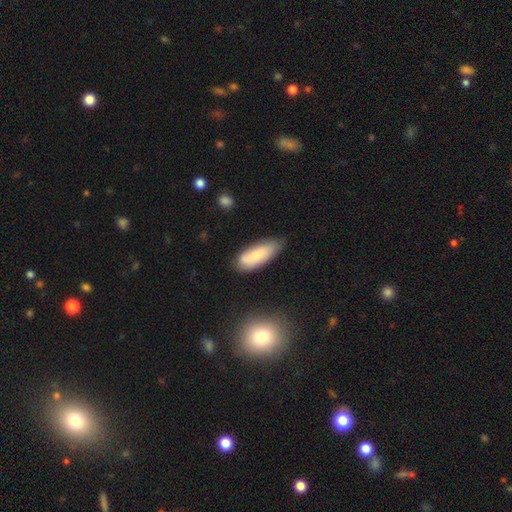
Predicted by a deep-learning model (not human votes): smooth-or-featured: smooth: 72% | featured or disk: 22% | star or artifact: 7%
  how-rounded: in between: 72% | cigar-shaped: 26% | round: 2%
  merging: none: 69% | minor disturbance: 23% | major disturbance: 5% | merger: 4%